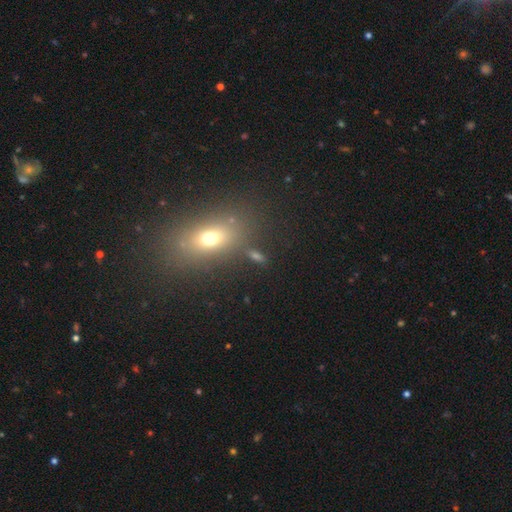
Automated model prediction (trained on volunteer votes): This appears to be a smooth galaxy with no disk features (59%) that is in between round and cigar-shaped (60%). Merging: none (74%).